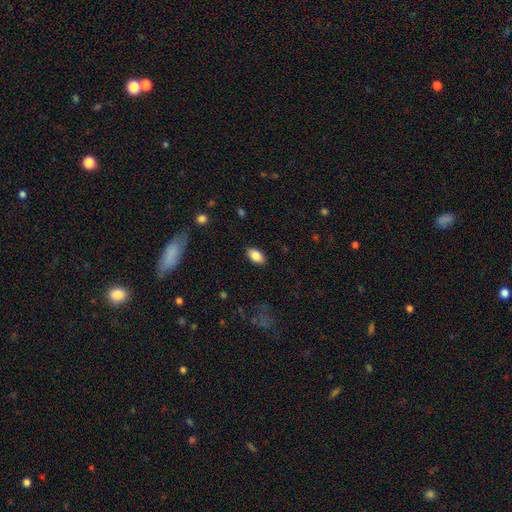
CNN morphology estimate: This appears to be a smooth galaxy with no disk features (84%) that is in between round and cigar-shaped (92%). Merging: none (88%).